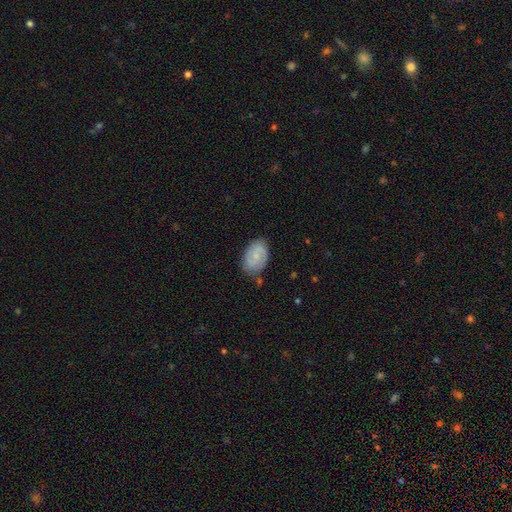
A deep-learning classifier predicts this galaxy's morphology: The model was most divided on "smooth or featured": featured or disk: 47%, smooth: 46%, star or artifact: 7%. More confident: merging — none (75%).